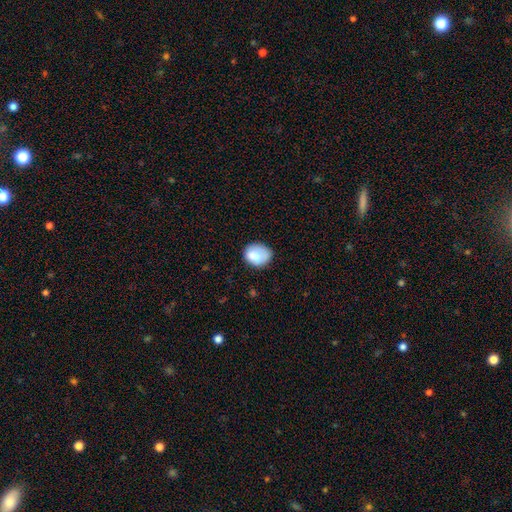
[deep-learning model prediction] Morphology: type=smooth (82%); roundness=in between (54%); merging=none (63%).